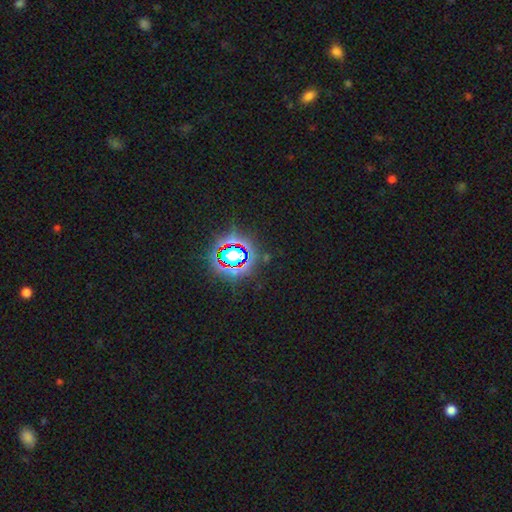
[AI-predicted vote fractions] The model was most divided on "smooth or featured": star or artifact: 79%, smooth: 12%, featured or disk: 8%.